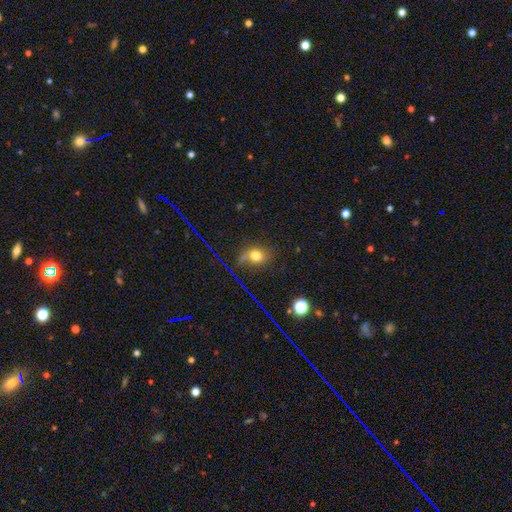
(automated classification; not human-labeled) Q: Smooth or featured?
A: smooth (70%); runner-up: star or artifact (20%)
Q: How rounded?
A: round (53%); runner-up: in between (45%)
Q: Merging?
A: none (67%); runner-up: minor disturbance (17%)